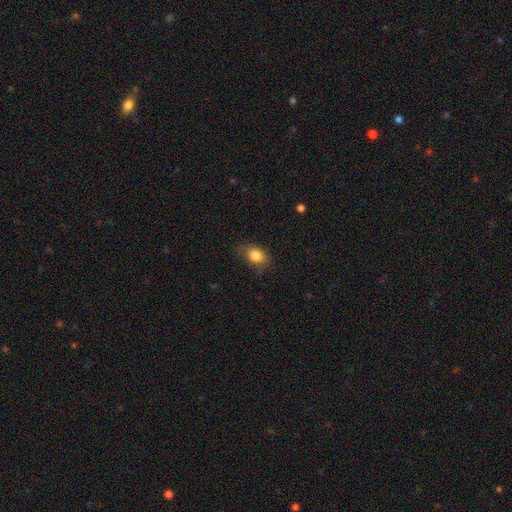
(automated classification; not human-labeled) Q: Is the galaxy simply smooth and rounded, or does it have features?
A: smooth — 83%.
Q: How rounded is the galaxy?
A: in between — 77%.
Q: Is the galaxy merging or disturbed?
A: none — 67%.